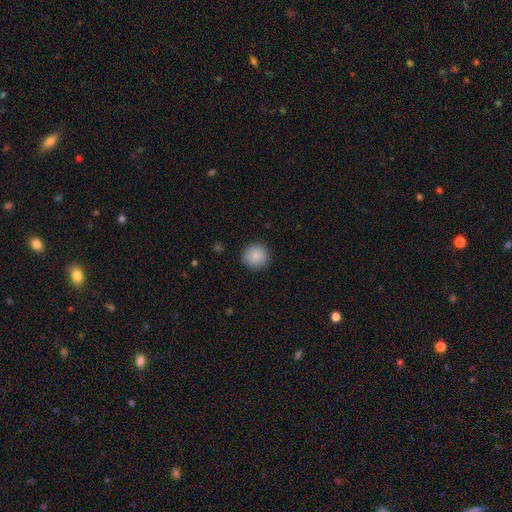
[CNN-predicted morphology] smooth_or_featured: smooth (p=0.87) [alt: star or artifact p=0.08]
how_rounded: round (p=0.95) [alt: in between p=0.04]
merging: none (p=0.91) [alt: minor disturbance p=0.06]